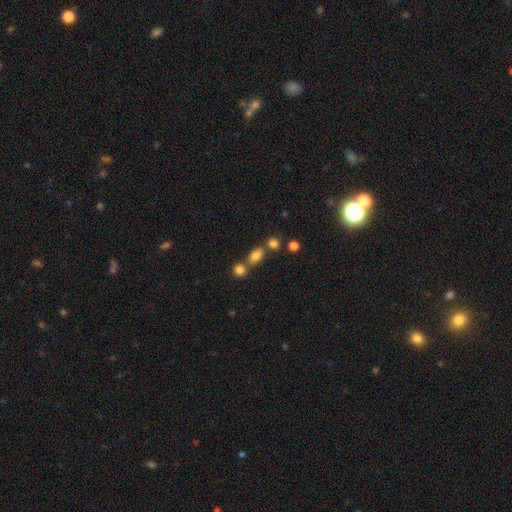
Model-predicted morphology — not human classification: smooth_or_featured: smooth (p=0.78) [alt: star or artifact p=0.13]
how_rounded: in between (p=0.71) [alt: round p=0.26]
merging: none (p=0.53) [alt: merger p=0.32]